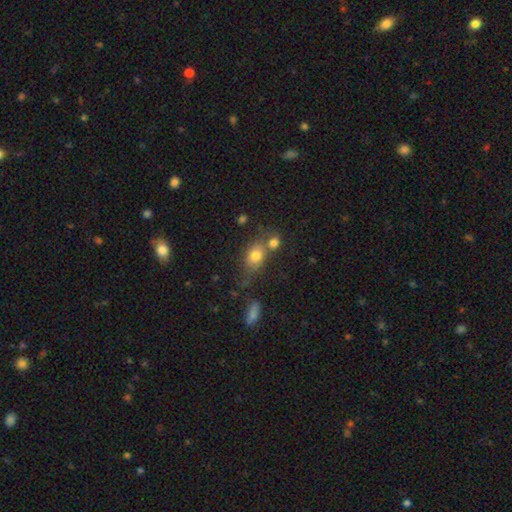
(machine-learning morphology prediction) smooth_or_featured: smooth (p=0.75) [alt: featured or disk p=0.14]
how_rounded: in between (p=0.70) [alt: round p=0.27]
merging: none (p=0.45) [alt: merger p=0.31]